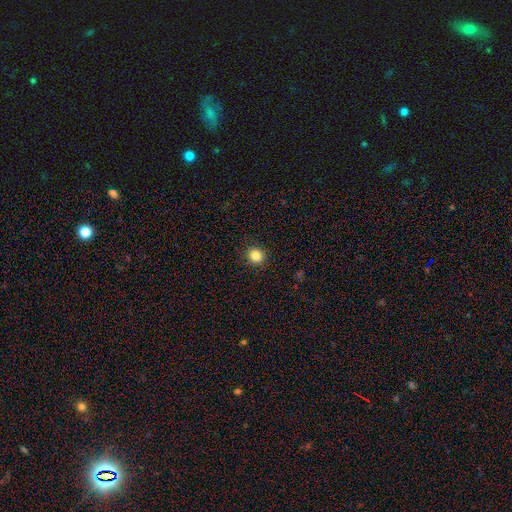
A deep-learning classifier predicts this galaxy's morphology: Smooth or featured? Predicted: smooth (p=0.84). How rounded? Predicted: round (p=0.87). Merging? Predicted: none (p=0.91).